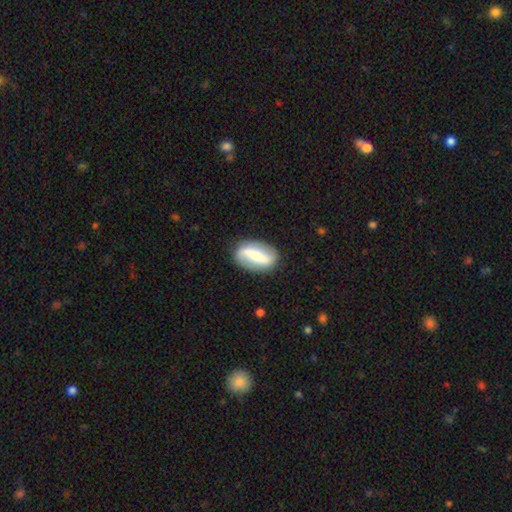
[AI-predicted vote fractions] A featured or disk galaxy (61%) with a strong bar (66%), spiral arms (70%) and a small central bulge (39%). Merging: none (85%).